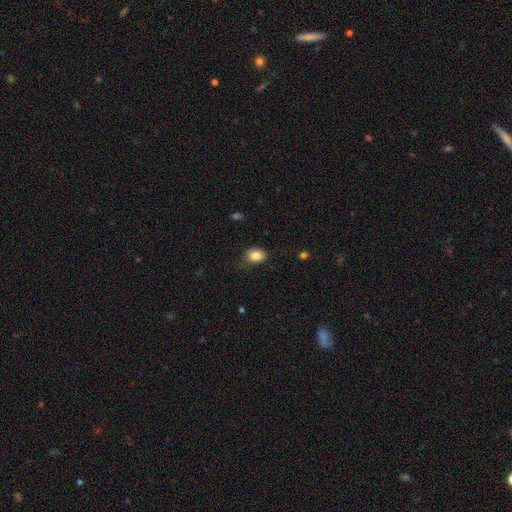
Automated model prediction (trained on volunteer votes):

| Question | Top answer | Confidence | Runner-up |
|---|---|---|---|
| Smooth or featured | smooth | 83% | star or artifact (9%) |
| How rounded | in between | 69% | round (30%) |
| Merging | none | 72% | minor disturbance (22%) |